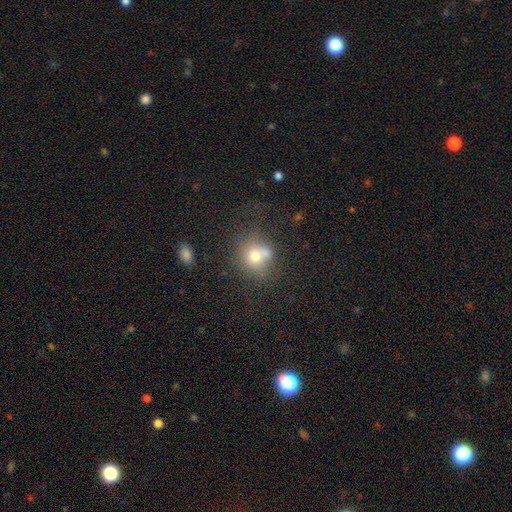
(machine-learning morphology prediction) Overall: smooth (68%). How rounded: round (78%). Merging: none (46%; merger 30%).